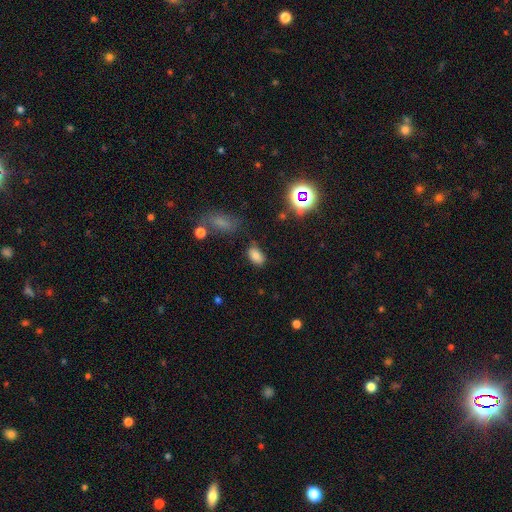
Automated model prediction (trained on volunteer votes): The model was most divided on "merging": none: 76%, minor disturbance: 16%, major disturbance: 5%, merger: 4%. More confident: how rounded — in between (90%); smooth or featured — smooth (76%).